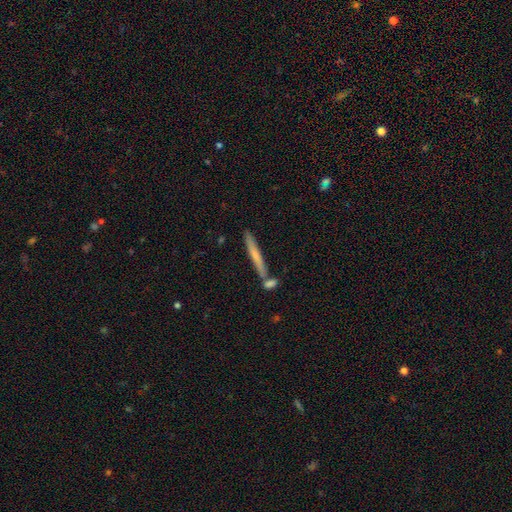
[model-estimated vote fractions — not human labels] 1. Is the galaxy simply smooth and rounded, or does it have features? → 55% smooth, 39% featured or disk, 6% star or artifact.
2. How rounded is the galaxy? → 95% cigar-shaped, 3% in between, 2% round.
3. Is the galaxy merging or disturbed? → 79% none, 10% merger, 9% minor disturbance, 2% major disturbance.